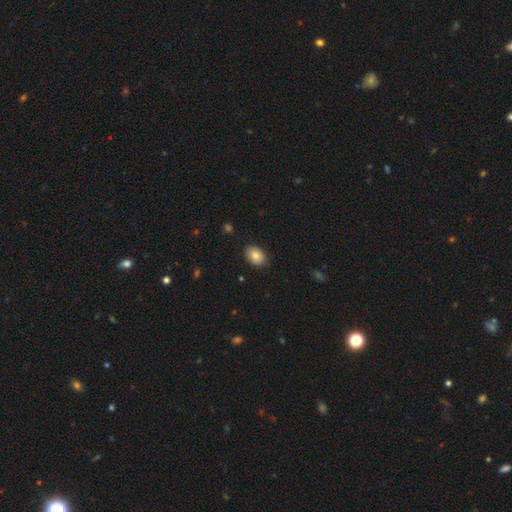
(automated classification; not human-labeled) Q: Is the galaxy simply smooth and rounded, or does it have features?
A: smooth — 86%.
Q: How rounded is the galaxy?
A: in between — 82%.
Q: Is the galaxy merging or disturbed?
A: none — 87%.